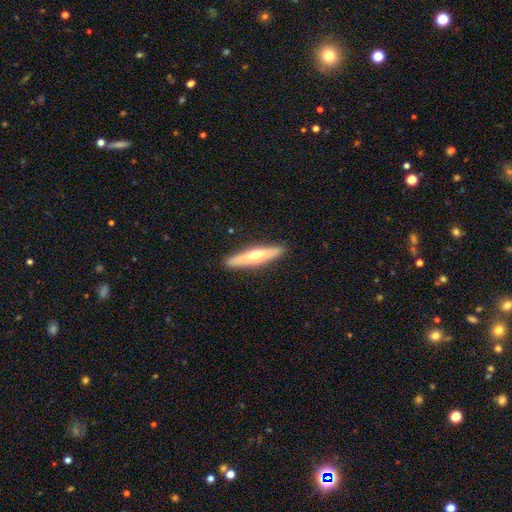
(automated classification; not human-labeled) A featured or disk galaxy (50%). Merging: none (90%).